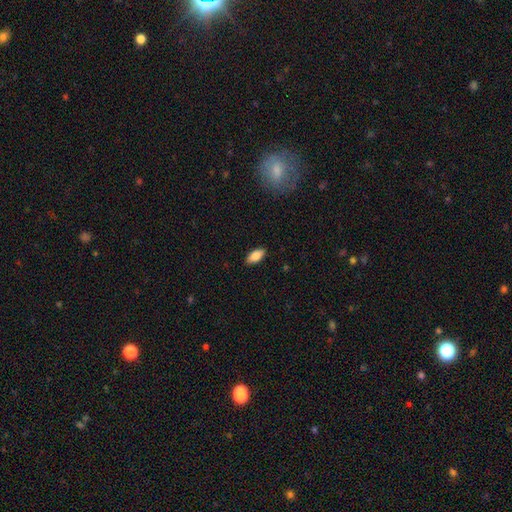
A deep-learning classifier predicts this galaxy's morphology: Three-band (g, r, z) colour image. It shows a smooth galaxy with no disk features (83%) that is in between round and cigar-shaped (89%). Merging: none (88%).